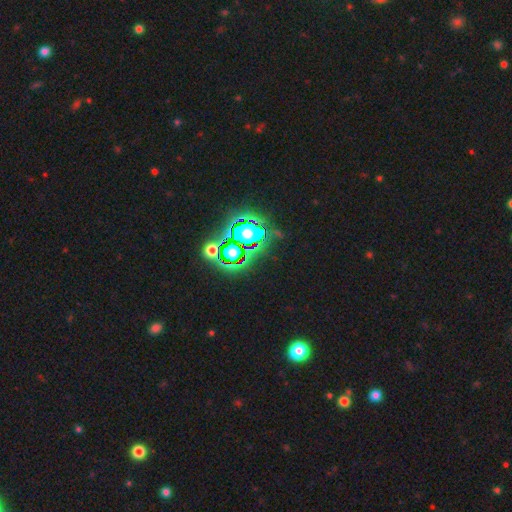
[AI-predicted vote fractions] Smooth or featured?
  - star or artifact: 74% *
  - smooth: 14%
  - featured or disk: 11%